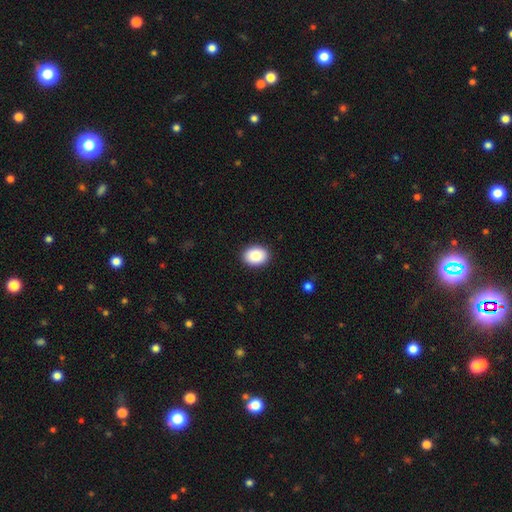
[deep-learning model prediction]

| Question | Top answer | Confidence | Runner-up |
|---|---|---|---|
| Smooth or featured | smooth | 86% | star or artifact (7%) |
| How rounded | in between | 65% | round (34%) |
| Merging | none | 91% | minor disturbance (6%) |